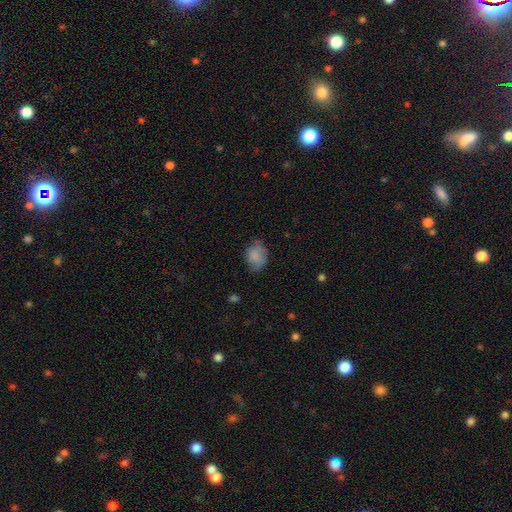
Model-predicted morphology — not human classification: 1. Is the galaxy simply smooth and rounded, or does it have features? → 79% smooth, 12% featured or disk, 9% star or artifact.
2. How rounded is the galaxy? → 67% in between, 32% round, 1% cigar-shaped.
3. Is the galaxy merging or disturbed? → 58% none, 30% minor disturbance, 10% major disturbance, 2% merger.